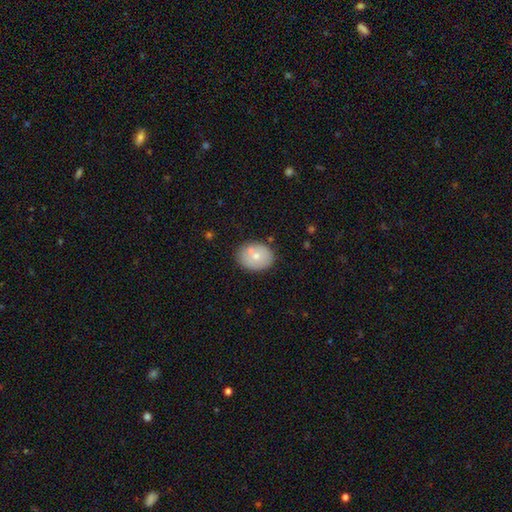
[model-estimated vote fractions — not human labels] smooth 68%, featured or disk 24%, star or artifact 8%. Down the decision tree: how rounded — in between (56%); merging — none (70%).